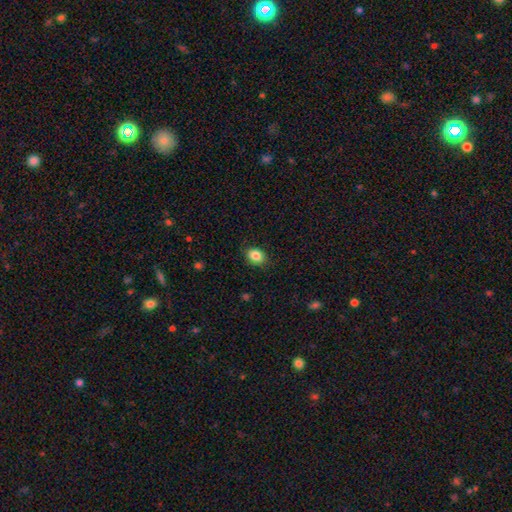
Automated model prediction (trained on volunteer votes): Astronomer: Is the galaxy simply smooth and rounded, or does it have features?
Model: smooth — 85%.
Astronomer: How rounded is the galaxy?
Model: in between — 63%.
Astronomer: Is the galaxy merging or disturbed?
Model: none — 85%.